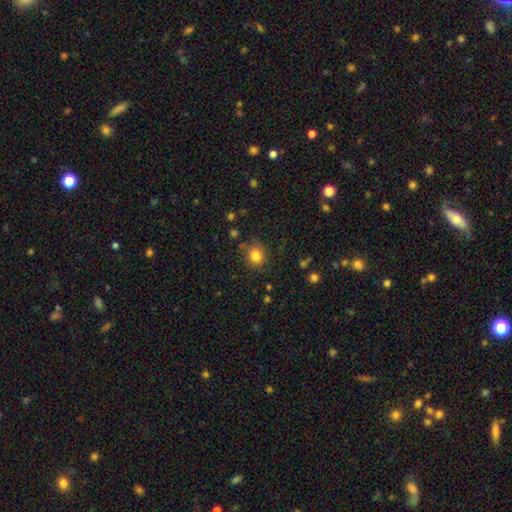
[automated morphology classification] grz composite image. It shows a smooth galaxy with no disk features (82%) that is round (83%). Merging: none (79%).